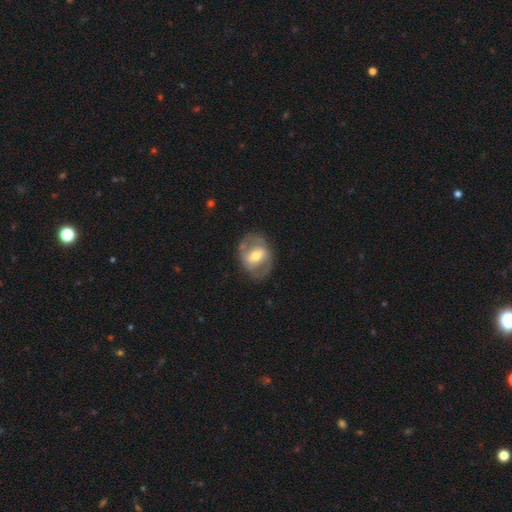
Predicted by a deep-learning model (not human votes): Overall: featured or disk (61%; smooth 33%). Edge-on disk: no (94%). Bar: weak (40%; strong 35%). Spiral arms: no (51%; yes 49%). Bulge size: moderate (68%). Merging: none (73%).